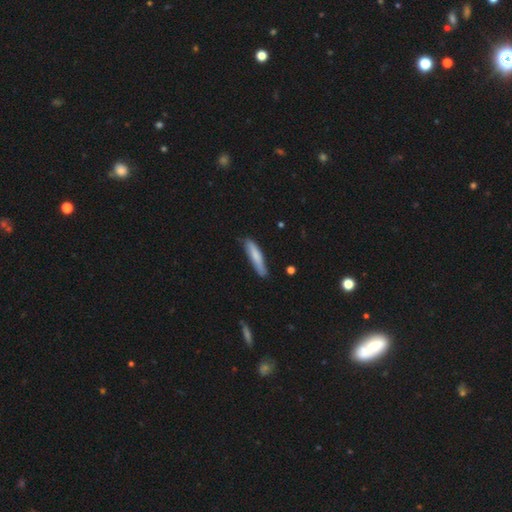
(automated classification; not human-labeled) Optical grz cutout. It shows a smooth galaxy with no disk features (74%) that is cigar-shaped (85%). Merging: none (78%).